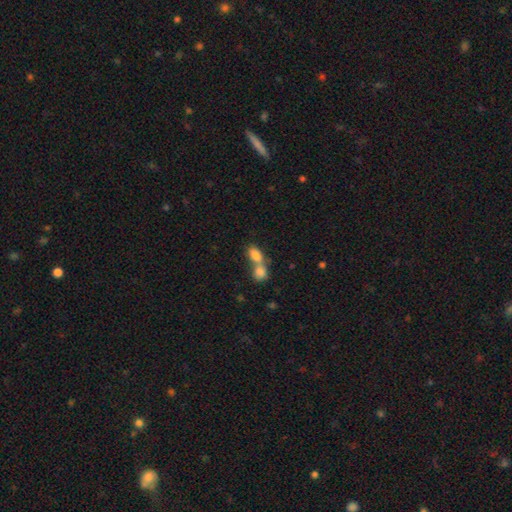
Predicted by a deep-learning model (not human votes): This appears to be a smooth galaxy with no disk features (82%) that is in between round and cigar-shaped (81%). Merging: merger (70%).